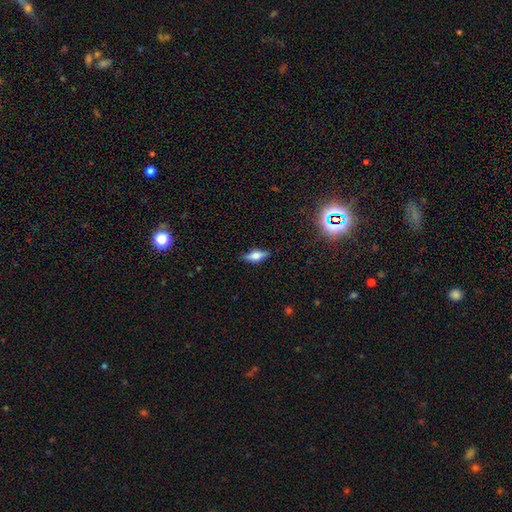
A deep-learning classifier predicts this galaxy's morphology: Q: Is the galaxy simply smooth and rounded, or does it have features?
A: smooth — 50%.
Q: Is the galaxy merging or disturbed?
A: none — 84%.